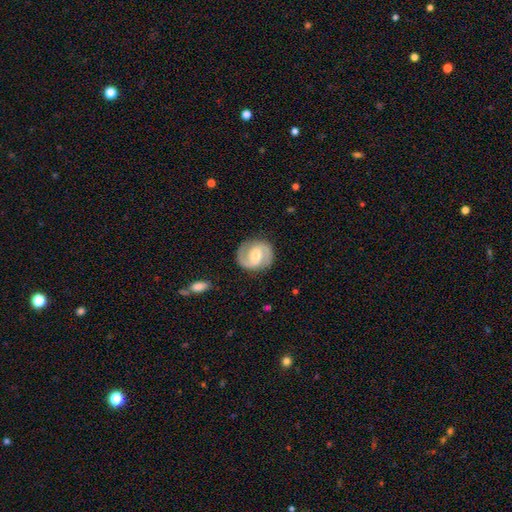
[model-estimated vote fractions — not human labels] This appears to be a featured or disk galaxy (82%) with a weak bar (48%), 2 (92%) medium (53%) spiral arms (95%) and a moderate central bulge (57%). Merging: none (86%).